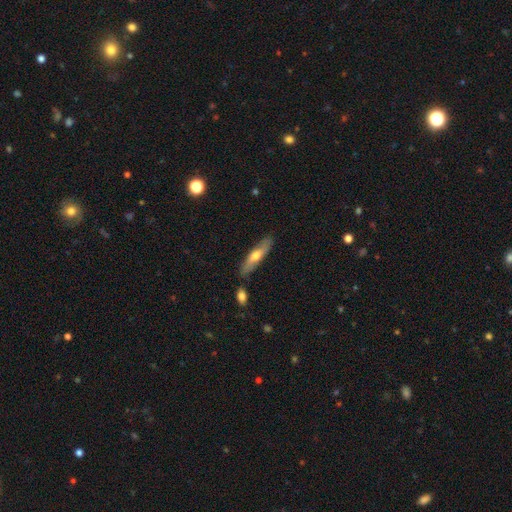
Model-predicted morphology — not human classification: smooth-or-featured: smooth: 54% | featured or disk: 40% | star or artifact: 6%
  how-rounded: cigar-shaped: 69% | in between: 29% | round: 2%
  merging: none: 80% | minor disturbance: 12% | merger: 5% | major disturbance: 3%